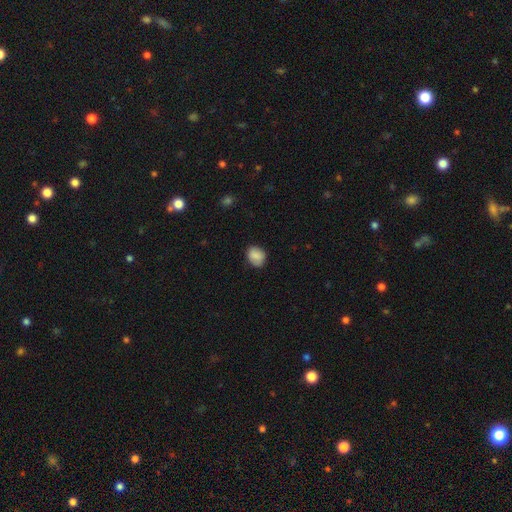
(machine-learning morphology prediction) A smooth galaxy with no disk features (87%) that is in between round and cigar-shaped (53%).

Vote fractions:
- Smooth or featured? smooth: 87% / star or artifact: 7% / featured or disk: 6%
- How rounded? in between: 53% / round: 46% / cigar-shaped: 1%
- Merging? none: 81% / minor disturbance: 15% / major disturbance: 3% / merger: 1%